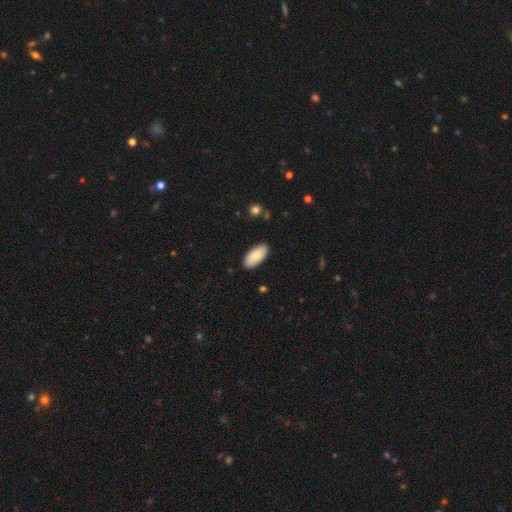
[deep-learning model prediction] smooth-or-featured: smooth: 82% | featured or disk: 12% | star or artifact: 6%
  how-rounded: in between: 93% | cigar-shaped: 5% | round: 2%
  merging: none: 87% | minor disturbance: 10% | major disturbance: 2% | merger: 1%